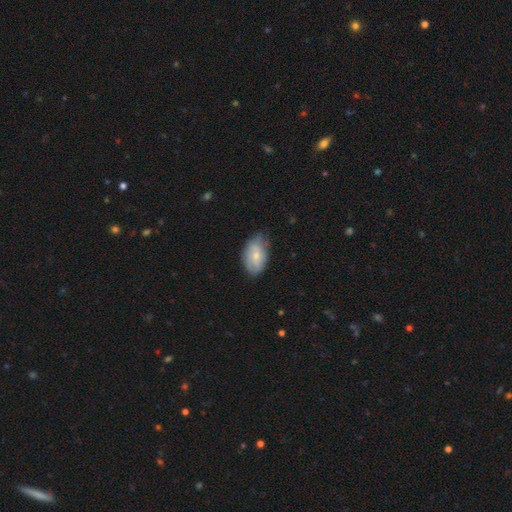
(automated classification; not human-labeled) Morphology: type=smooth (63%); roundness=in between (90%); merging=none (63%).